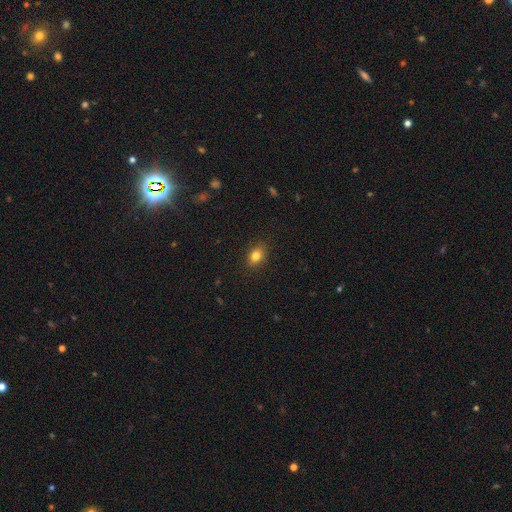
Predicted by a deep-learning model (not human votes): This is clearly a smooth galaxy (81%). How rounded: likely in between (72%). Merging: clearly none (88%).